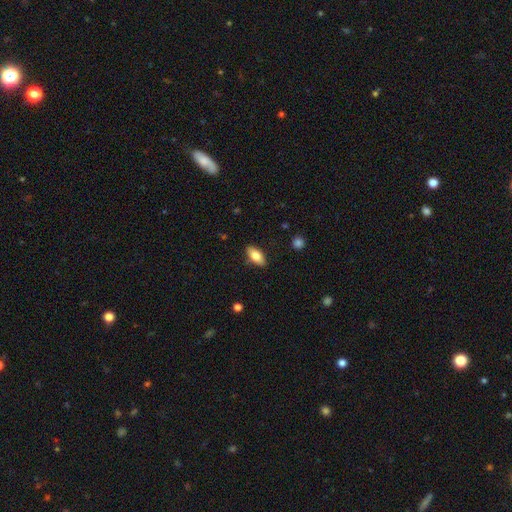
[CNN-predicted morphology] A smooth galaxy with no disk features (77%) that is in between round and cigar-shaped (86%). Merging: none (86%).